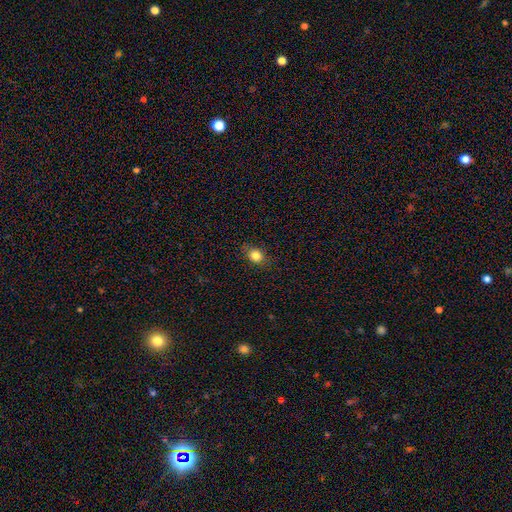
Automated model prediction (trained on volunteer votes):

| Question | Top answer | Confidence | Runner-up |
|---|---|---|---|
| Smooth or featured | smooth | 83% | star or artifact (11%) |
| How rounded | in between | 51% | round (47%) |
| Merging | none | 82% | minor disturbance (14%) |